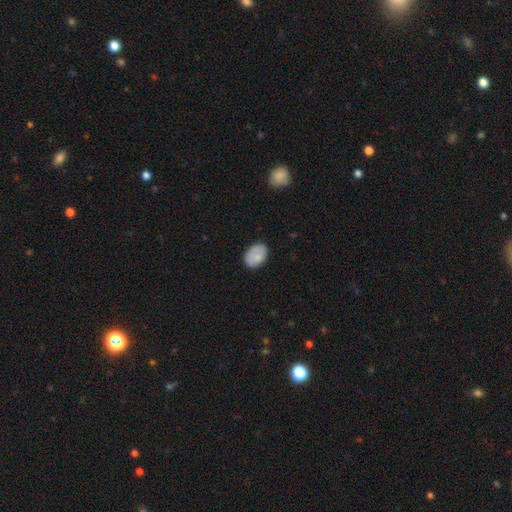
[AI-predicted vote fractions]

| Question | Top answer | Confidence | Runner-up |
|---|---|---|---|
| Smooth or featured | smooth | 80% | featured or disk (12%) |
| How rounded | in between | 83% | round (16%) |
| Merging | none | 75% | minor disturbance (19%) |